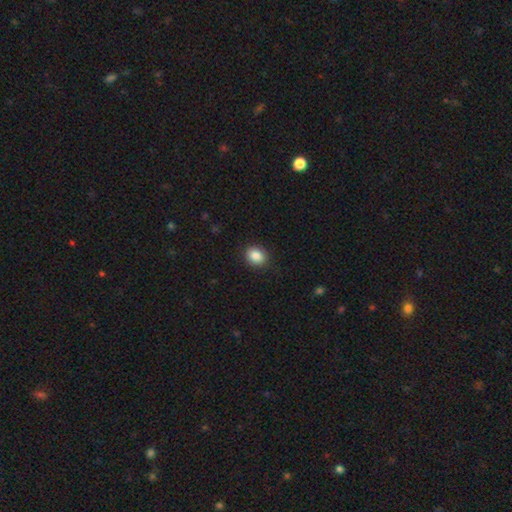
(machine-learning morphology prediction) type=smooth (87%); roundness=round (52%); merging=none (88%).